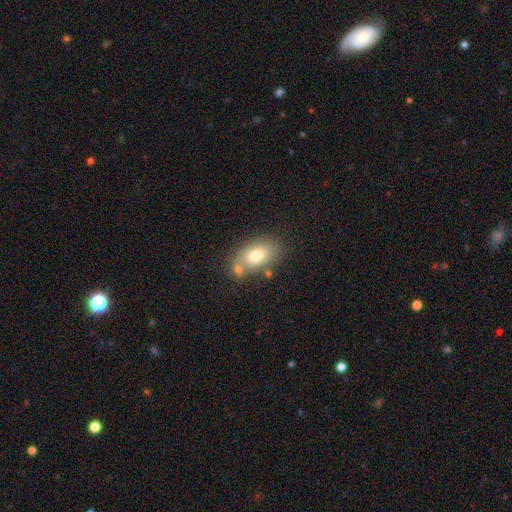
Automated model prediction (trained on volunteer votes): Smooth or featured?
  - smooth: 73% *
  - featured or disk: 18%
  - star or artifact: 8%
How rounded?
  - in between: 88% *
  - round: 10%
  - cigar-shaped: 2%
Merging?
  - none: 53% *
  - merger: 26%
  - minor disturbance: 16%
  - major disturbance: 5%